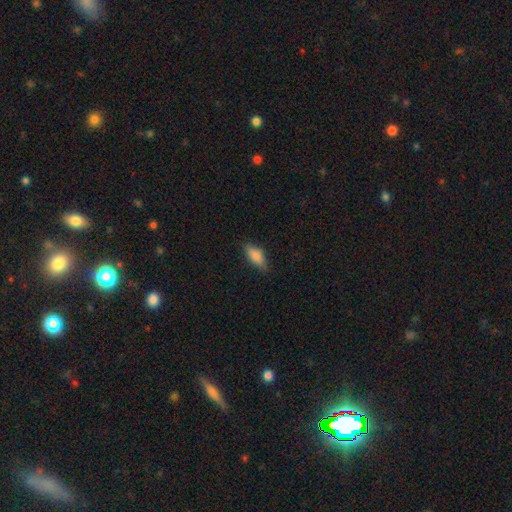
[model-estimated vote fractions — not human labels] A smooth galaxy with no disk features (83%) that is in between round and cigar-shaped (75%).

Vote fractions:
- Smooth or featured? smooth: 83% / featured or disk: 10% / star or artifact: 7%
- How rounded? in between: 75% / cigar-shaped: 23% / round: 3%
- Merging? none: 78% / minor disturbance: 18% / major disturbance: 3% / merger: 1%